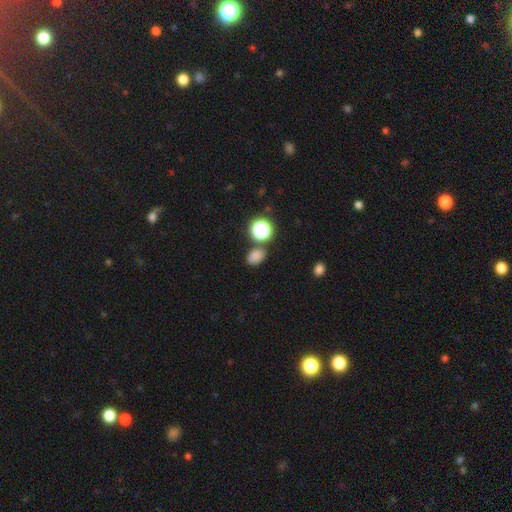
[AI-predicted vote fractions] Smooth or featured? Predicted: smooth (p=0.78). How rounded? Predicted: in between (p=0.66). Merging? Predicted: none (p=0.77).